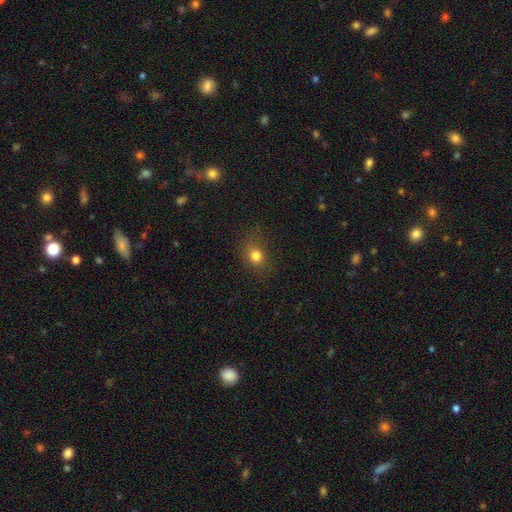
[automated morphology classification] This appears to be a smooth galaxy with no disk features (78%) that is round (63%). Merging: none (77%).